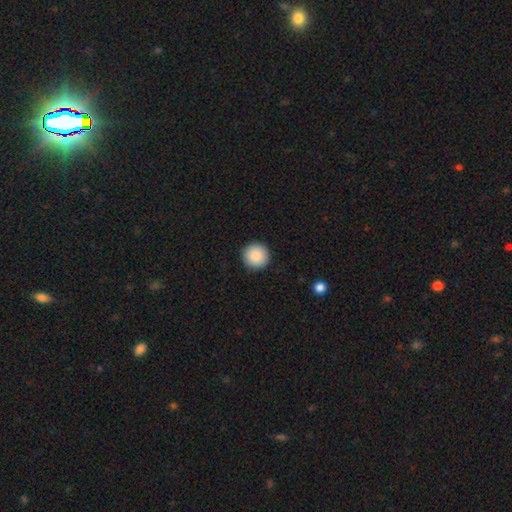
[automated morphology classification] smooth 89%, star or artifact 7%, featured or disk 3%. Down the decision tree: how rounded — round (96%); merging — none (93%).